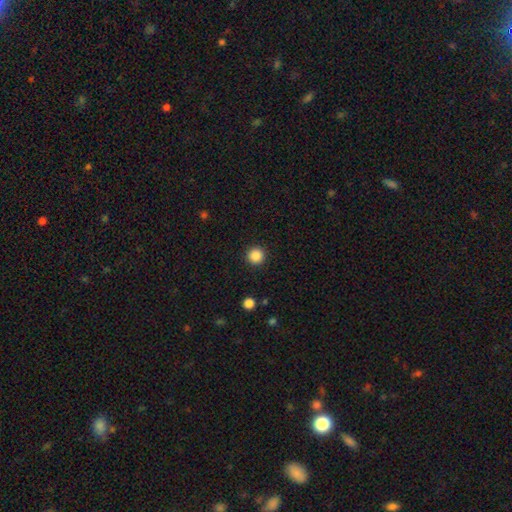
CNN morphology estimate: smooth 87%, star or artifact 10%, featured or disk 3%. Down the decision tree: how rounded — round (96%); merging — none (93%).